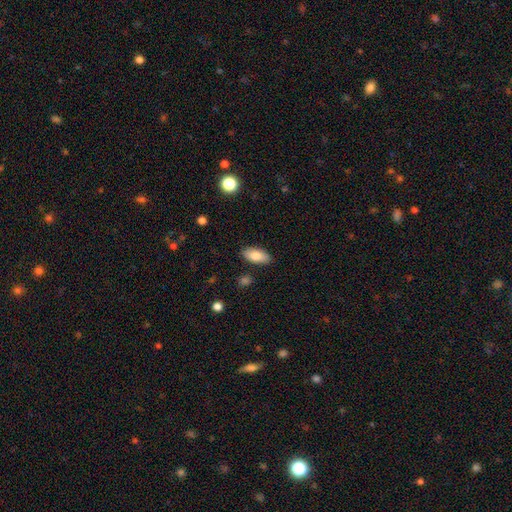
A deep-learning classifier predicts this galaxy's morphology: Smooth or featured: smooth — 82% (featured or disk — 12%)
How rounded: in between — 89% (cigar-shaped — 9%)
Merging: none — 87% (minor disturbance — 9%)